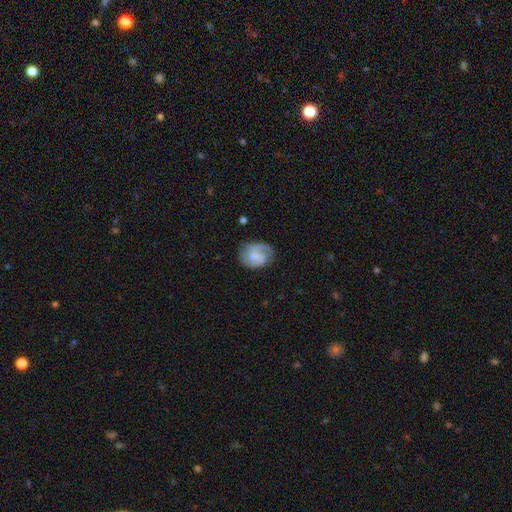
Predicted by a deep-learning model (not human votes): Overall: featured or disk (63%; smooth 31%). Edge-on disk: no (97%). Bar: weak (46%; no 45%). Spiral arms: yes (91%). Spiral arm count: 2 (52%; 1 34%). Spiral winding: medium (44%; tight 36%). Bulge size: small (36%; none 30%). Merging: none (64%).